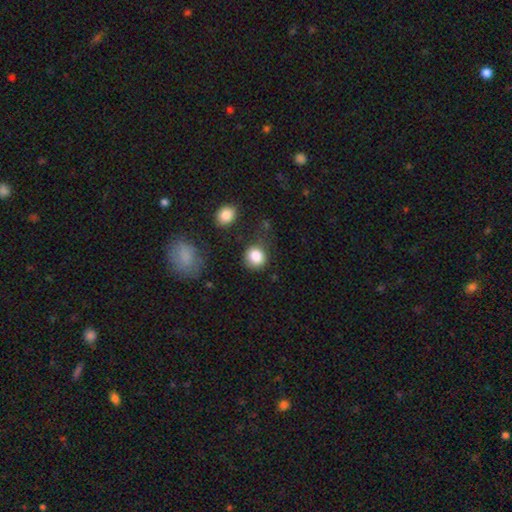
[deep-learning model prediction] Overall: smooth (84%). How rounded: round (81%). Merging: none (72%).